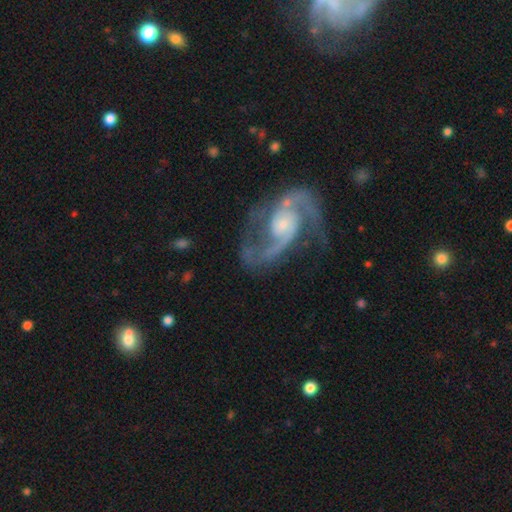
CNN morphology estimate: smooth_or_featured: featured or disk (p=0.92) [alt: star or artifact p=0.05]
disk_edge_on: no (p=0.98) [alt: yes p=0.02]
bar: no (p=0.56) [alt: weak p=0.35]
has_spiral_arms: yes (p=0.98) [alt: no p=0.02]
spiral_winding: medium (p=0.60) [alt: loose p=0.24]
spiral_arm_count: 2 (p=0.92) [alt: 3 p=0.02]
bulge_size: small (p=0.62) [alt: moderate p=0.27]
merging: none (p=0.72) [alt: minor disturbance p=0.16]